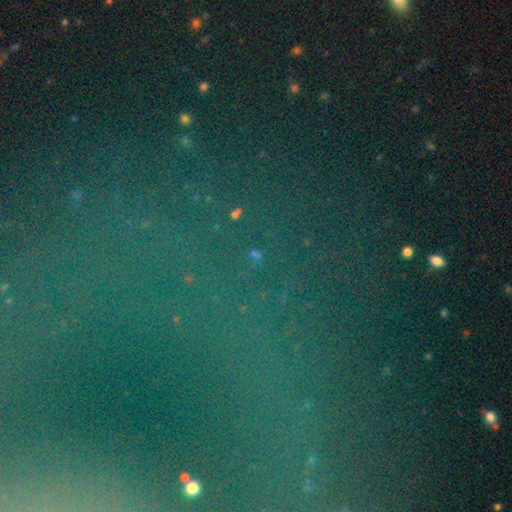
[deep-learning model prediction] star or artifact 79%, smooth 11%, featured or disk 10%.